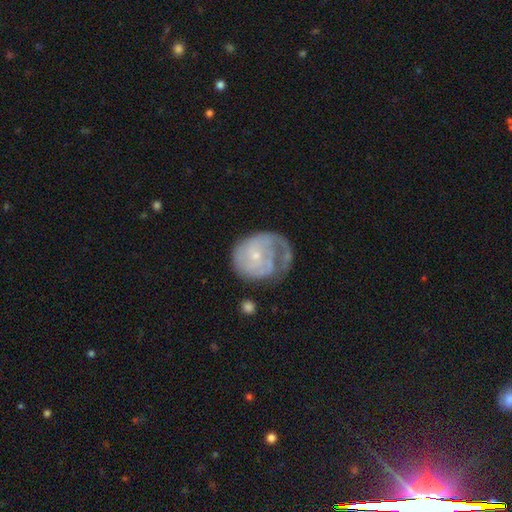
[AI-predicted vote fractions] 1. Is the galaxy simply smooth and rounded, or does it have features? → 72% featured or disk, 21% smooth, 7% star or artifact.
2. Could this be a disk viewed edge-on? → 98% no, 2% yes.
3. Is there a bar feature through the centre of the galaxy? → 74% no, 22% weak, 4% strong.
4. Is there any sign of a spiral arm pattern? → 83% yes, 17% no.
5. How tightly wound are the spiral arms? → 56% tight, 29% medium, 15% loose.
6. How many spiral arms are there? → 32% can't tell, 29% 1, 23% 2, 10% 3, 3% 4, 3% more than 4.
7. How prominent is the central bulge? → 76% small, 17% moderate, 5% none, 1% large, 1% dominant.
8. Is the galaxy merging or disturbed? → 38% none, 32% major disturbance, 26% minor disturbance, 4% merger.